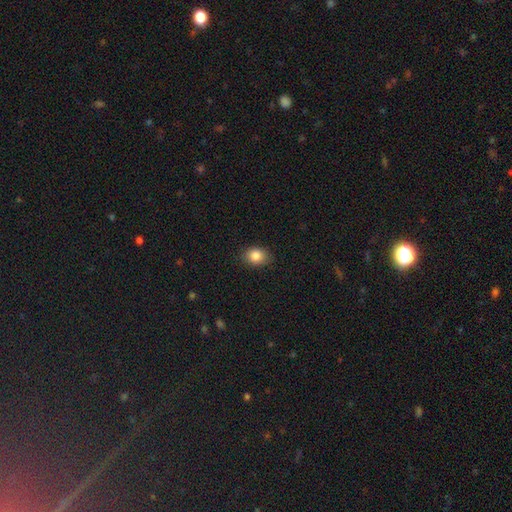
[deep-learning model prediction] Smooth or featured? smooth (85%)
How rounded? in between (60%)
Merging? none (86%)